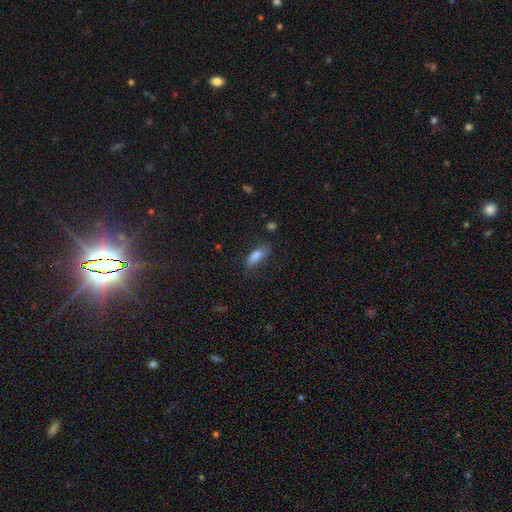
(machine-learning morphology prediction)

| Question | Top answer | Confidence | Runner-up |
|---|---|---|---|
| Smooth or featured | smooth | 80% | featured or disk (11%) |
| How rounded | in between | 67% | cigar-shaped (30%) |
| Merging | none | 62% | minor disturbance (25%) |